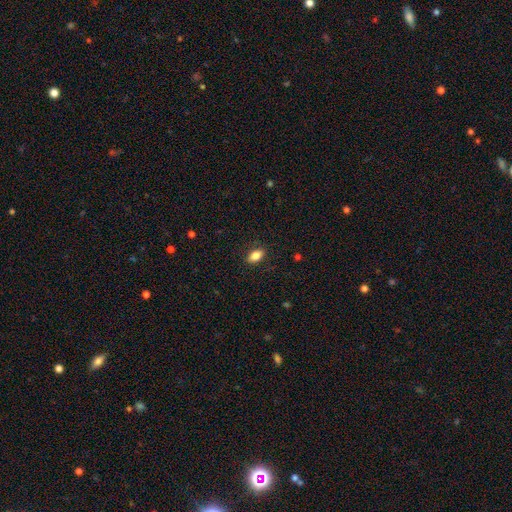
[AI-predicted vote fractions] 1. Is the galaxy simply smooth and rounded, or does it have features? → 84% smooth, 8% star or artifact, 7% featured or disk.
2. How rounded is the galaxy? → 89% in between, 7% round, 3% cigar-shaped.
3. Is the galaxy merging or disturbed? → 88% none, 9% minor disturbance, 2% major disturbance, 1% merger.